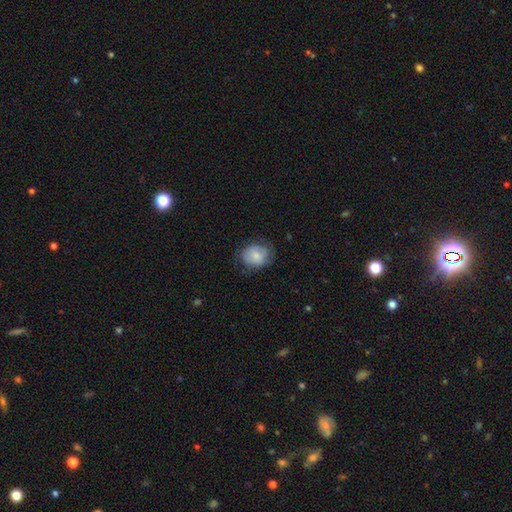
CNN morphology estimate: A smooth galaxy with no disk features (77%) that is round (55%). Merging: none (66%).